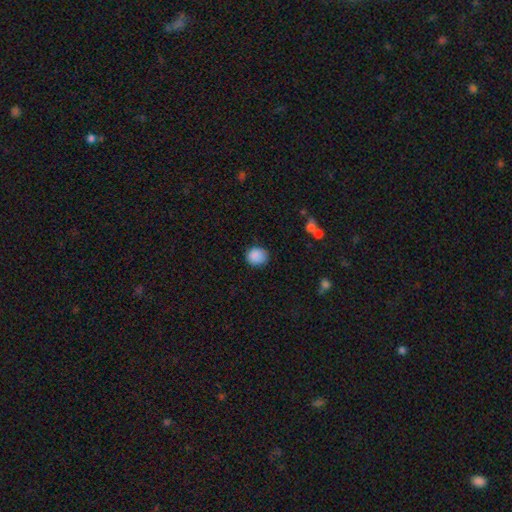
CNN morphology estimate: Smooth or featured?
  - smooth: 88% *
  - star or artifact: 8%
  - featured or disk: 4%
How rounded?
  - round: 79% *
  - in between: 20%
  - cigar-shaped: 1%
Merging?
  - none: 80% *
  - minor disturbance: 15%
  - major disturbance: 3%
  - merger: 2%